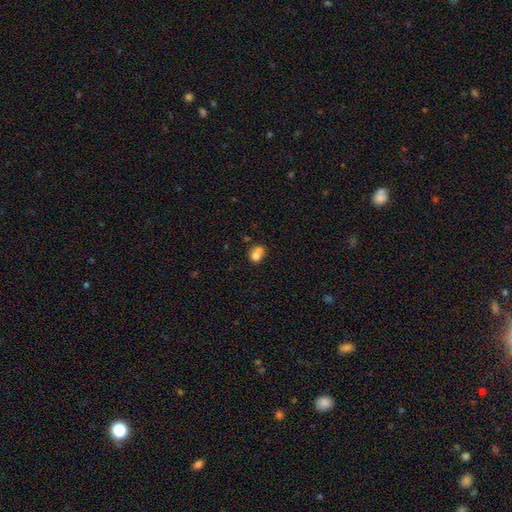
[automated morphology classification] Smooth or featured: smooth — 72% (featured or disk — 17%)
How rounded: round — 59% (in between — 40%)
Merging: merger — 39% (none — 36%)